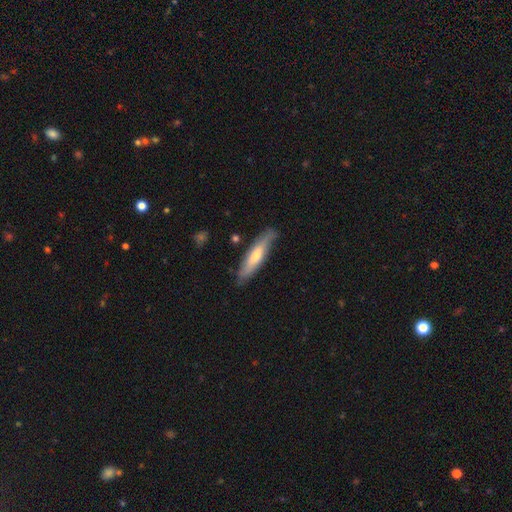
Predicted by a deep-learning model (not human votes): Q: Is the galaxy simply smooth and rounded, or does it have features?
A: smooth — 53%.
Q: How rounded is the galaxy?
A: cigar-shaped — 80%.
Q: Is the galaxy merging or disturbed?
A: none — 80%.